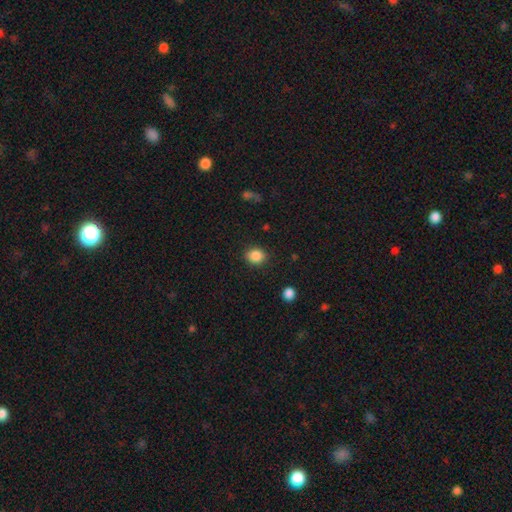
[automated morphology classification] This is clearly a smooth galaxy (87%). How rounded: likely round (66%). Merging: clearly none (87%).